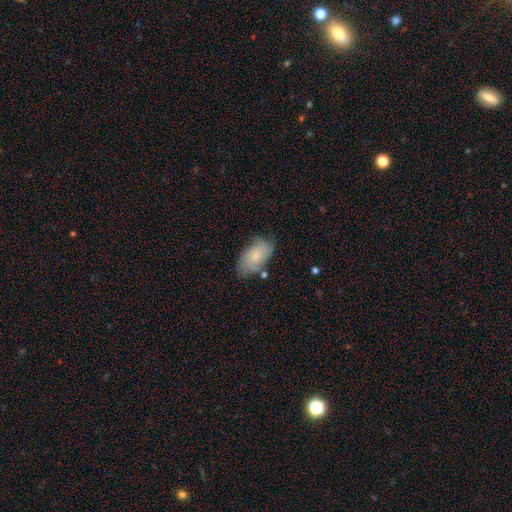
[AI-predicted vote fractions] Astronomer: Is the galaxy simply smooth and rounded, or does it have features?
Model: smooth — 63%.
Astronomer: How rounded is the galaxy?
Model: in between — 93%.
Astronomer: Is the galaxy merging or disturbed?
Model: none — 64%.